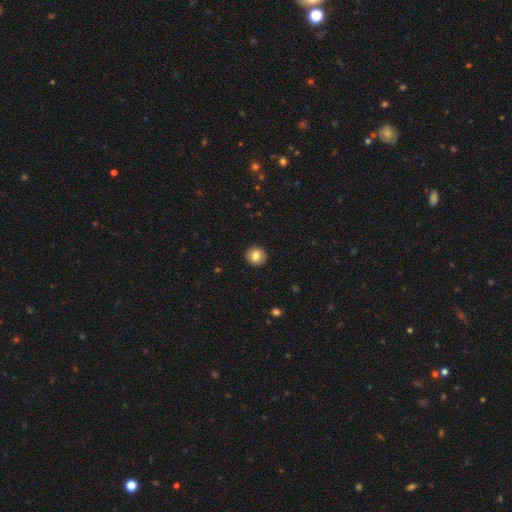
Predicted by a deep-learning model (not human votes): smooth 82%, featured or disk 9%, star or artifact 9%. Down the decision tree: how rounded — round (91%); merging — none (92%).